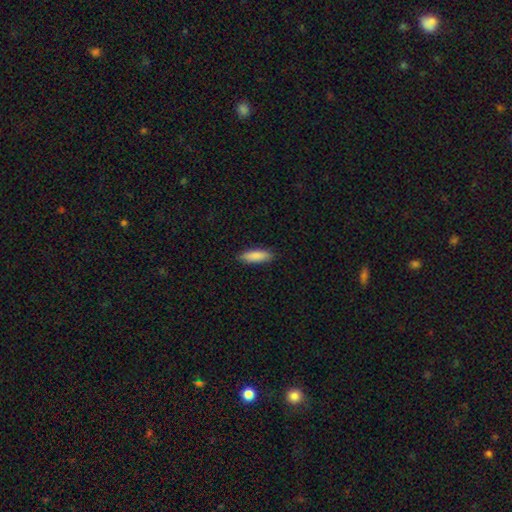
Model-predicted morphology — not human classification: smooth_or_featured: smooth (p=0.88) [alt: featured or disk p=0.06]
how_rounded: cigar-shaped (p=0.51) [alt: in between p=0.48]
merging: none (p=0.88) [alt: minor disturbance p=0.09]